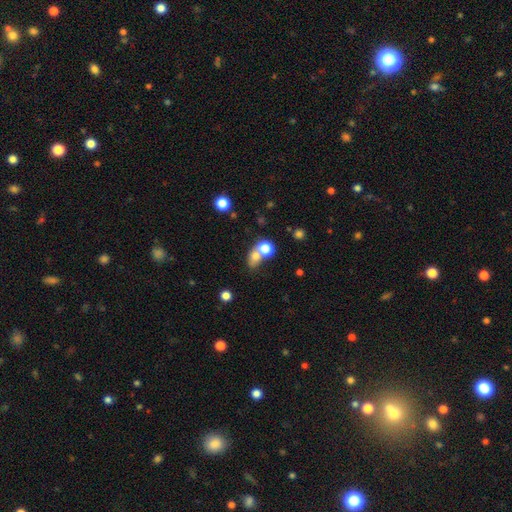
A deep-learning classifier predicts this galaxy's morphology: A smooth galaxy with no disk features (73%) that is round (53%). Merging: merger (53%).